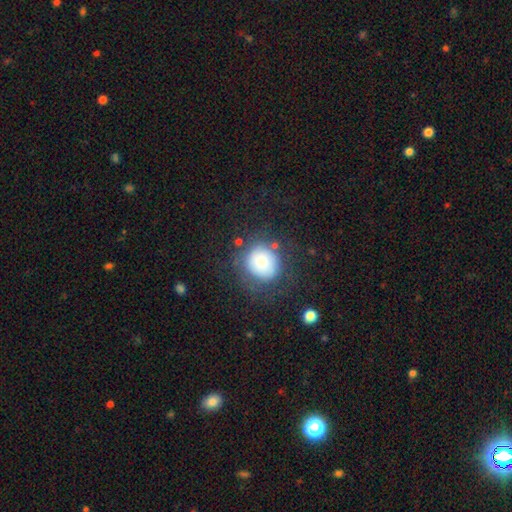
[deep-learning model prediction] smooth 75%, featured or disk 15%, star or artifact 10%. Down the decision tree: how rounded — round (84%); merging — none (68%).